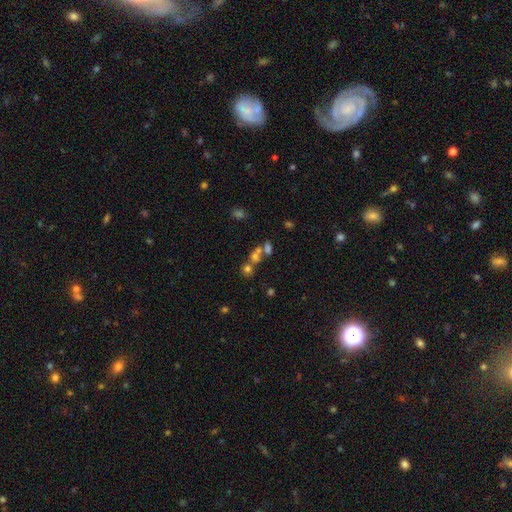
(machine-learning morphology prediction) This appears to be a smooth galaxy with no disk features (49%). Merging: merger (43%, tied with none).